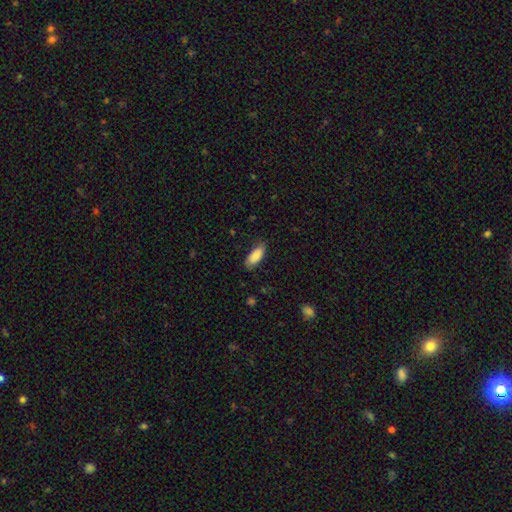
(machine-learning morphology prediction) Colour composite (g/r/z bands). It shows a smooth galaxy with no disk features (84%) that is in between round and cigar-shaped (86%). Merging: none (74%).